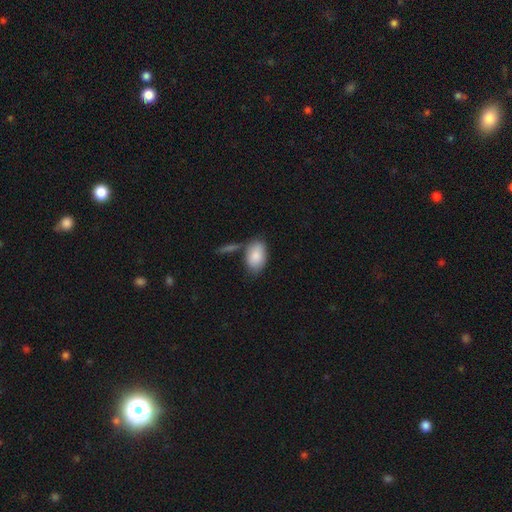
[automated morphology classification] type=smooth (86%); roundness=in between (91%); merging=none (64%).